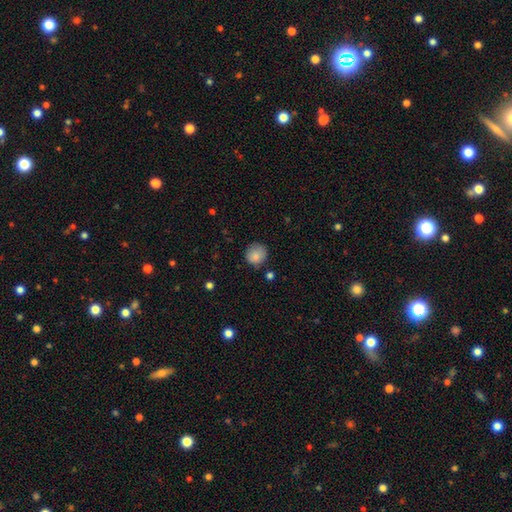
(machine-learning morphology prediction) A smooth galaxy with no disk features (85%) that is round (90%).

Vote fractions:
- Smooth or featured? smooth: 85% / star or artifact: 9% / featured or disk: 7%
- How rounded? round: 90% / in between: 9% / cigar-shaped: 1%
- Merging? none: 77% / minor disturbance: 17% / major disturbance: 3% / merger: 3%